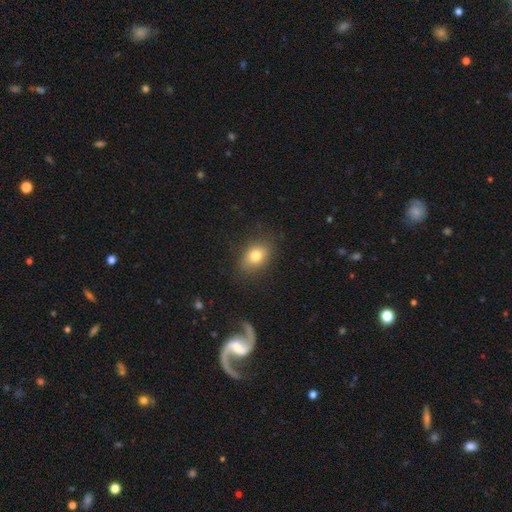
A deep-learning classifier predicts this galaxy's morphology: A smooth galaxy with no disk features (78%) that is in between round and cigar-shaped (74%).

Vote fractions:
- Smooth or featured? smooth: 78% / featured or disk: 12% / star or artifact: 10%
- How rounded? in between: 74% / round: 24% / cigar-shaped: 2%
- Merging? none: 82% / minor disturbance: 13% / major disturbance: 4% / merger: 1%